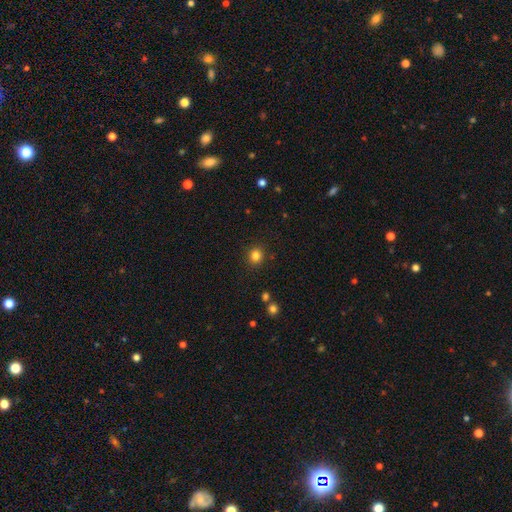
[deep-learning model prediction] Morphology: type=smooth (82%); roundness=round (87%); merging=none (90%).